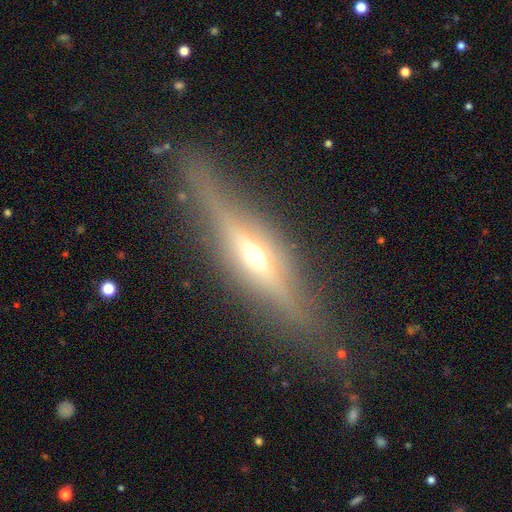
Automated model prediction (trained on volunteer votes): Smooth or featured? featured or disk (74%)
Edge-on disk? yes (94%)
Edge-on bulge? rounded (89%)
Merging? none (81%)